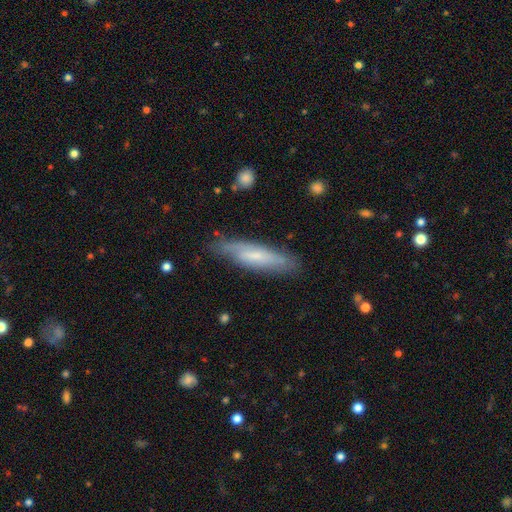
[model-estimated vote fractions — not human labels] smooth 48%, featured or disk 46%, star or artifact 7%. Down the decision tree: merging — none (75%).